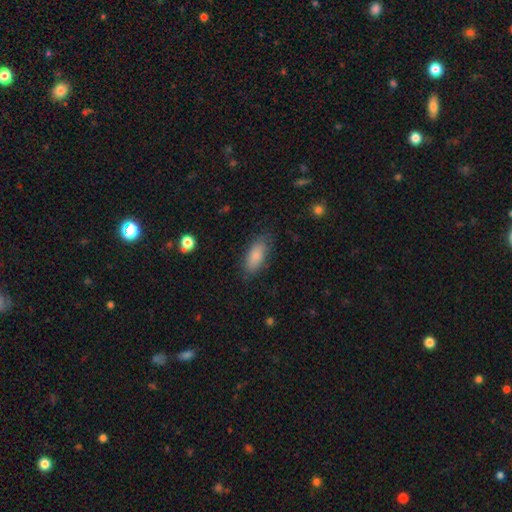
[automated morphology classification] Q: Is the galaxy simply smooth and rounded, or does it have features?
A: smooth — 84%.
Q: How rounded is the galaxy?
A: in between — 84%.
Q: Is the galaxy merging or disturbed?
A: none — 79%.